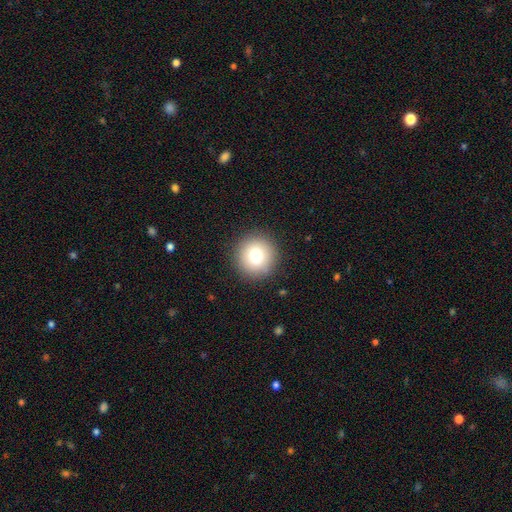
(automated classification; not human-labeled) Morphology: type=smooth (76%); roundness=round (94%); merging=none (90%).